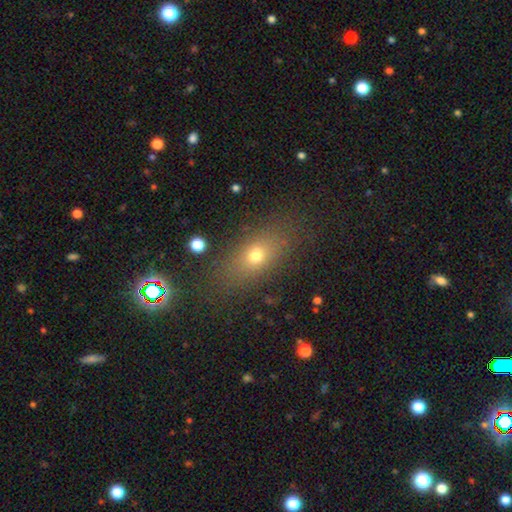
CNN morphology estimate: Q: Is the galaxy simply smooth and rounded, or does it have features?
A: smooth — 66%.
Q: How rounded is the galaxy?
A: in between — 66%.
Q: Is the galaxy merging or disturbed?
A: none — 79%.